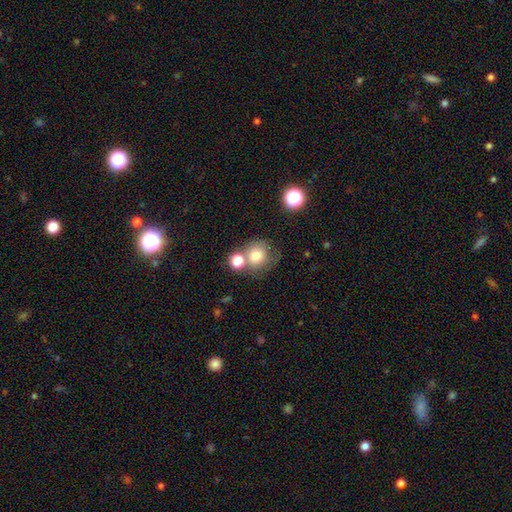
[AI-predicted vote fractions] This is likely a smooth galaxy (76%). How rounded: clearly round (84%). Merging: possibly none (49%).